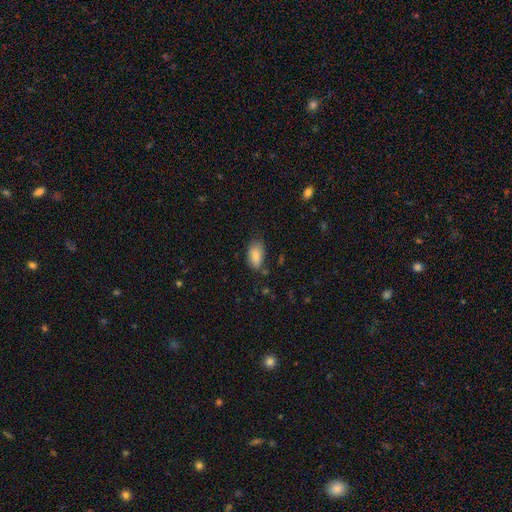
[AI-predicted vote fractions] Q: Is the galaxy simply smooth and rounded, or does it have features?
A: smooth — 85%.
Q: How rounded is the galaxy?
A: in between — 93%.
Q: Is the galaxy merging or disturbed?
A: none — 64%.